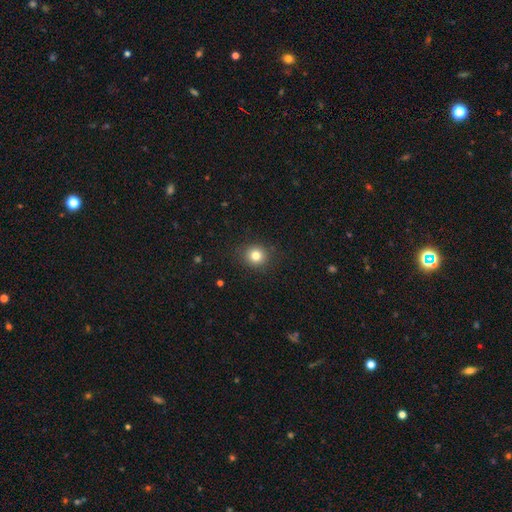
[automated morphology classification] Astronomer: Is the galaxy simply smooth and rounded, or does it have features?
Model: smooth — 81%.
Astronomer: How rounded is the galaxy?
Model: round — 88%.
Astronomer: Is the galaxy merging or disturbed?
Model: none — 89%.